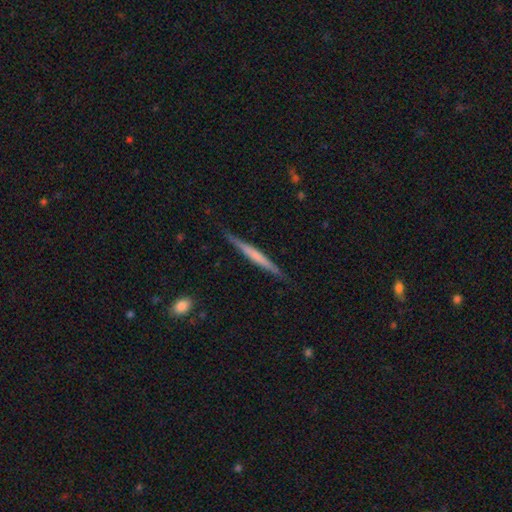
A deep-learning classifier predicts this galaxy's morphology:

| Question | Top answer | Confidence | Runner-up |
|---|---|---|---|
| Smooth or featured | featured or disk | 57% | smooth (38%) |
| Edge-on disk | yes | 98% | no (2%) |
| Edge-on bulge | none | 63% | rounded (21%) |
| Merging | none | 88% | minor disturbance (9%) |